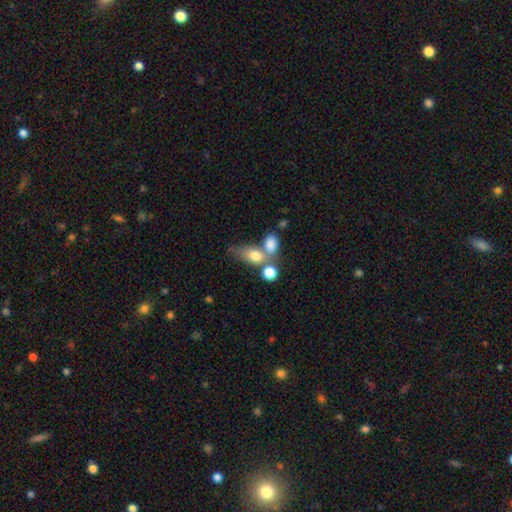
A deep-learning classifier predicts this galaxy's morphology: This is likely a smooth galaxy (74%). How rounded: likely in between (71%). Merging: possibly merger (49%).